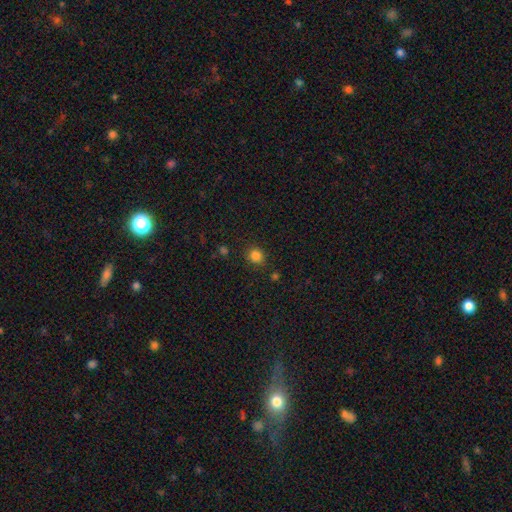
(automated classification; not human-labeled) The model was most divided on "how rounded": round: 80%, in between: 19%, cigar-shaped: 1%. More confident: merging — none (85%); smooth or featured — smooth (83%).